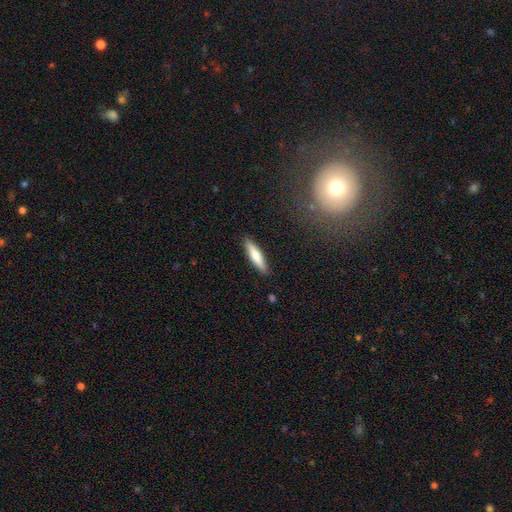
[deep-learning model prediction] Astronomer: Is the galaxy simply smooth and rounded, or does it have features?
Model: smooth — 71%.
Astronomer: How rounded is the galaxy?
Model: cigar-shaped — 78%.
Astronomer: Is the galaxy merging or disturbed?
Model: none — 90%.